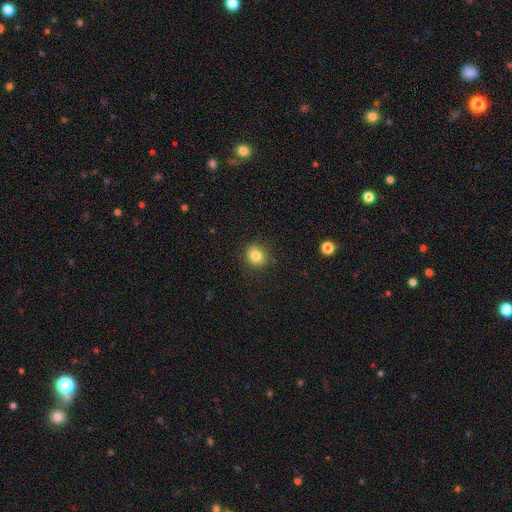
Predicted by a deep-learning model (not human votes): Smooth or featured? smooth (83%)
How rounded? round (72%)
Merging? none (86%)